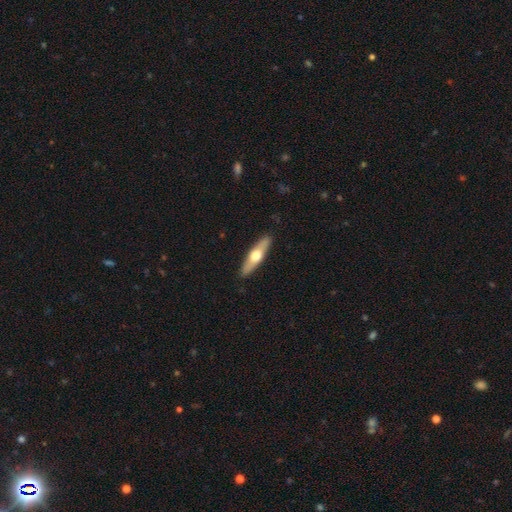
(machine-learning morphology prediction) Smooth or featured? featured or disk (48%)
Merging? none (90%)